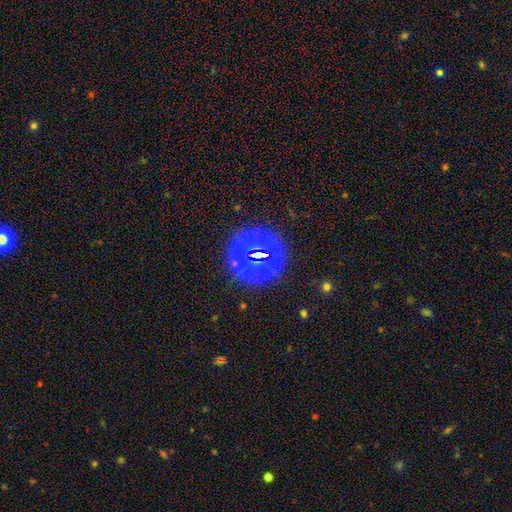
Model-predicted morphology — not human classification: A star or artifact, not a galaxy (75%).